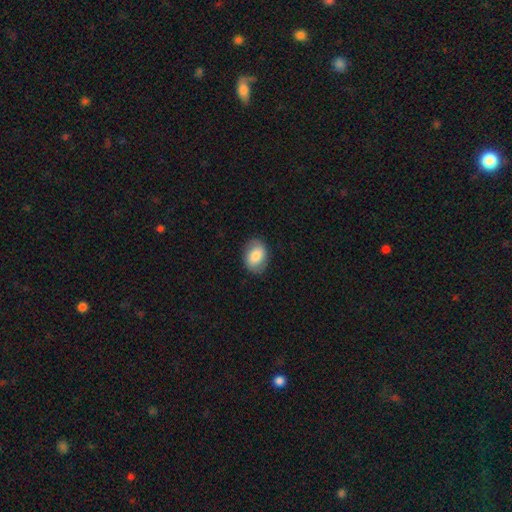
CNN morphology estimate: A smooth galaxy with no disk features (73%) that is in between round and cigar-shaped (75%).

Vote fractions:
- Smooth or featured? smooth: 73% / featured or disk: 20% / star or artifact: 7%
- How rounded? in between: 75% / round: 24% / cigar-shaped: 1%
- Merging? none: 82% / minor disturbance: 13% / major disturbance: 4% / merger: 1%